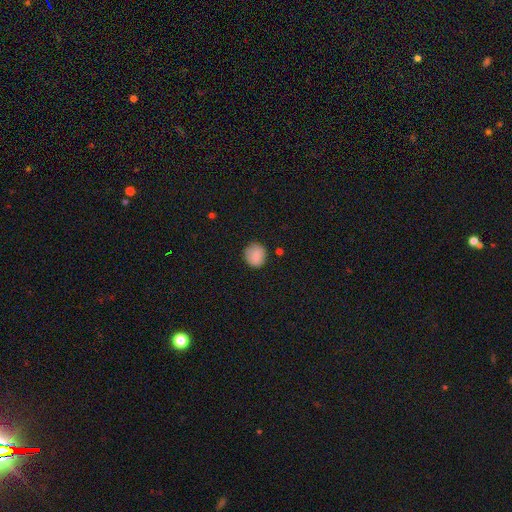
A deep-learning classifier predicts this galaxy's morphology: A smooth galaxy with no disk features (85%) that is round (84%). Merging: none (82%).